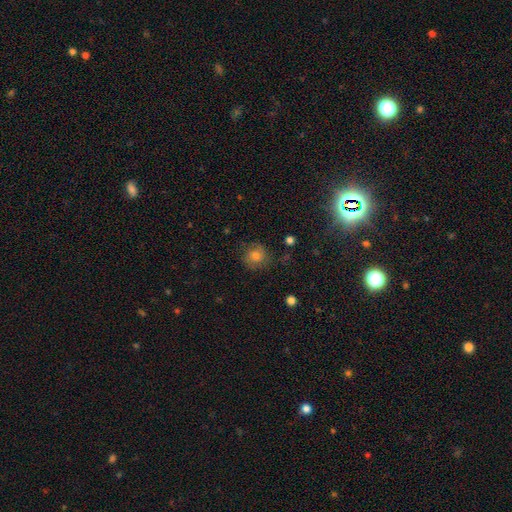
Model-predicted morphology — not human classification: This appears to be a smooth galaxy with no disk features (57%) that is round (85%). Merging: none (75%).